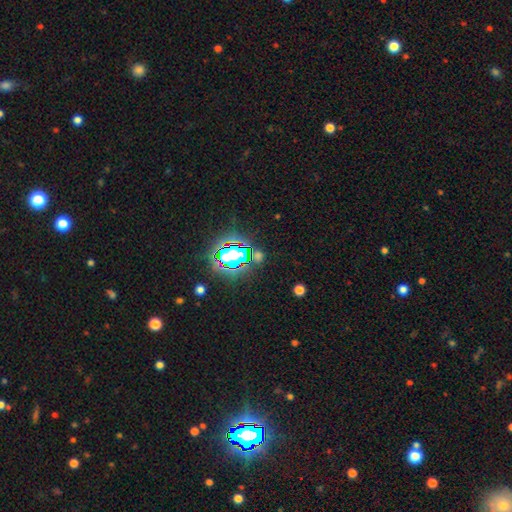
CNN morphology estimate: A star or artifact, not a galaxy (73%).